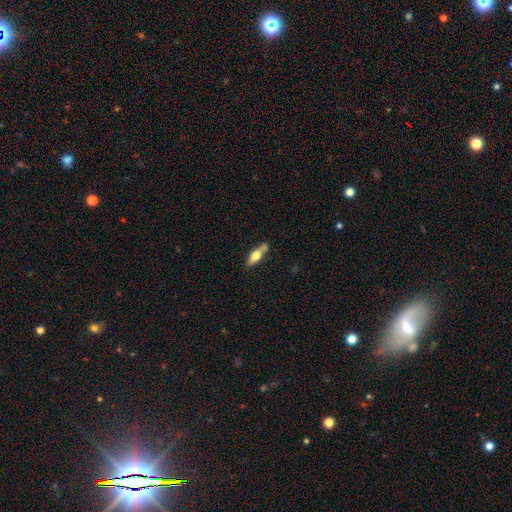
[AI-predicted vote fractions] Morphology: type=smooth (50%); roundness=in between (48%, tied with cigar-shaped); merging=none (64%).